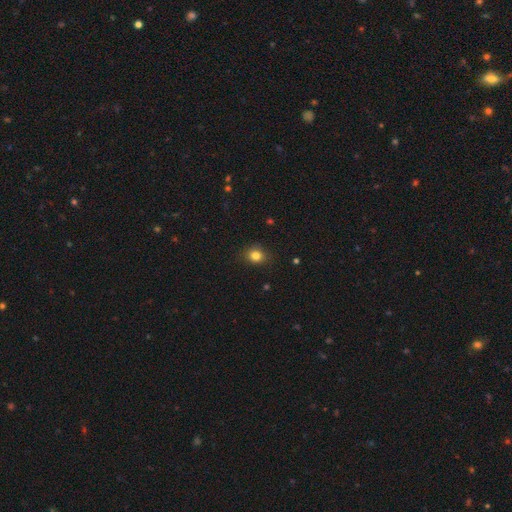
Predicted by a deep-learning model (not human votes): smooth-or-featured: smooth: 82% | star or artifact: 12% | featured or disk: 5%
  how-rounded: round: 71% | in between: 28% | cigar-shaped: 1%
  merging: none: 87% | minor disturbance: 10% | major disturbance: 2% | merger: 1%